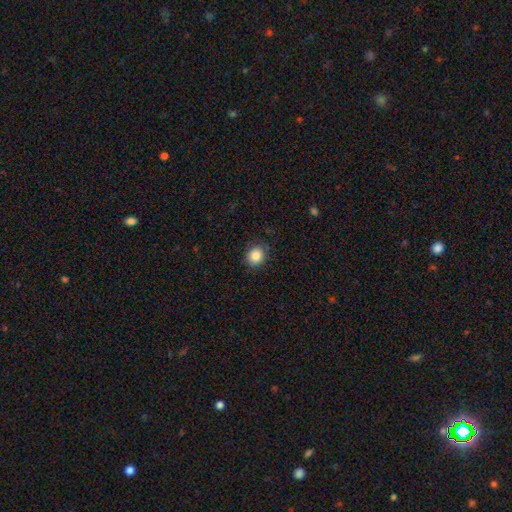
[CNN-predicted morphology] This appears to be a smooth galaxy with no disk features (85%) that is round (76%). Merging: none (86%).